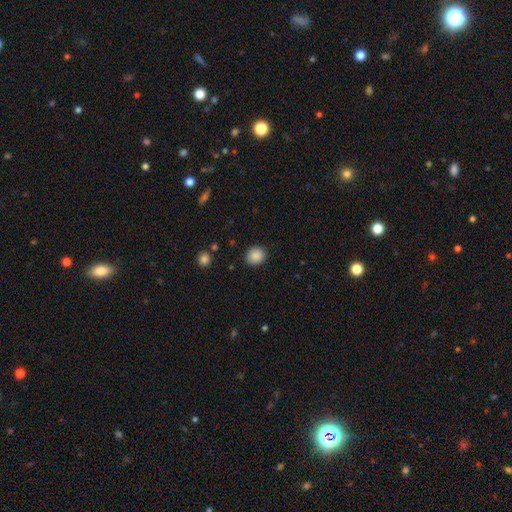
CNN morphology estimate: This is clearly a smooth galaxy (88%). How rounded: likely round (79%). Merging: clearly none (90%).